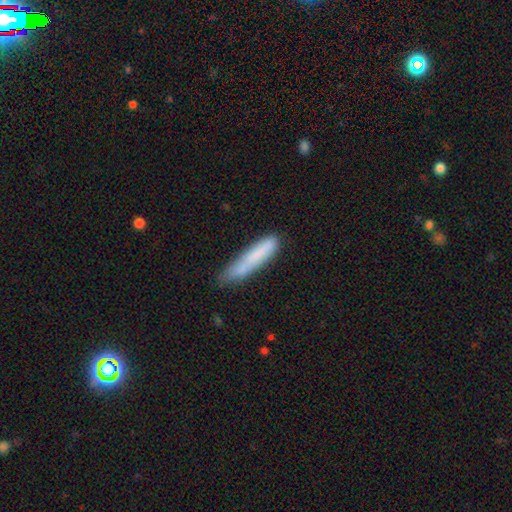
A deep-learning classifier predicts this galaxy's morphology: Smooth or featured? smooth (77%)
How rounded? cigar-shaped (91%)
Merging? none (63%)